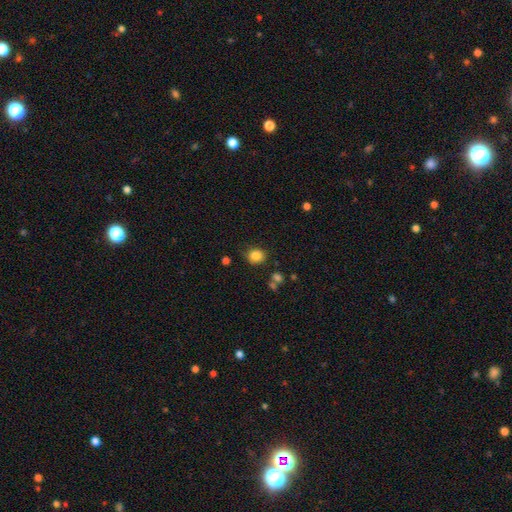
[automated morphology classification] Smooth or featured: smooth — 84% (star or artifact — 11%)
How rounded: round — 75% (in between — 24%)
Merging: none — 79% (minor disturbance — 14%)